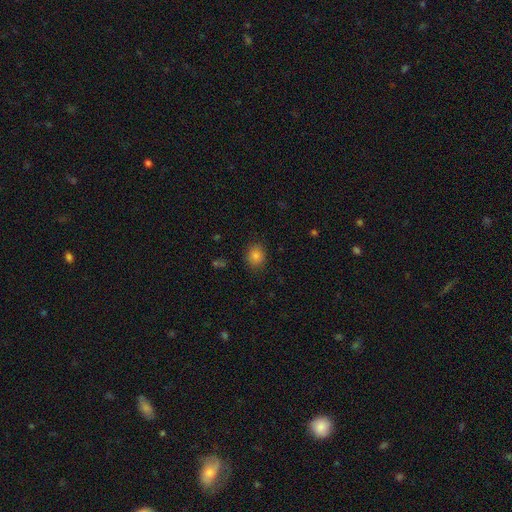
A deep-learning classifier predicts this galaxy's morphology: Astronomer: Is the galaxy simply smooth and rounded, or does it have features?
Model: smooth — 83%.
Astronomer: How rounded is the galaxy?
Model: round — 66%.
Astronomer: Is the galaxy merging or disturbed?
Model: none — 85%.